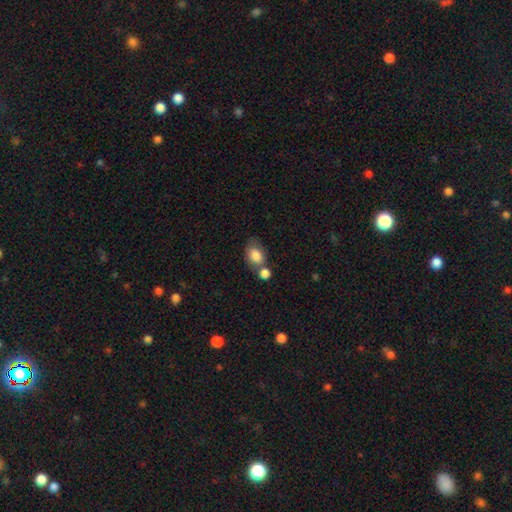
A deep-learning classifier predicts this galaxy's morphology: Smooth or featured: smooth — 82% (featured or disk — 10%)
How rounded: in between — 79% (round — 20%)
Merging: none — 41% (merger — 35%)